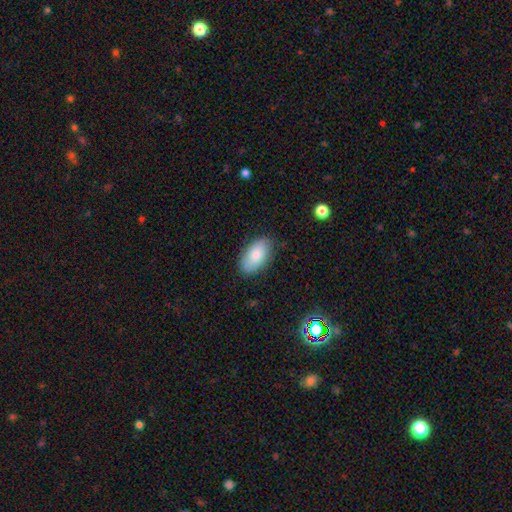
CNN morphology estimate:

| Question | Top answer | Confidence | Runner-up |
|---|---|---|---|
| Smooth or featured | smooth | 83% | featured or disk (11%) |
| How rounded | in between | 94% | round (3%) |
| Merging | none | 83% | minor disturbance (13%) |